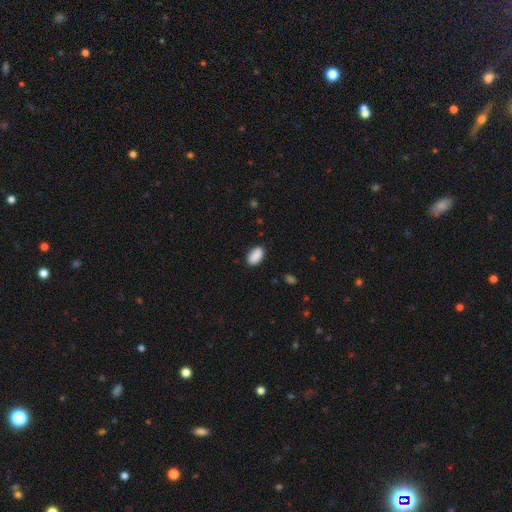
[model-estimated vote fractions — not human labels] Overall: smooth (90%). How rounded: in between (94%). Merging: none (86%).